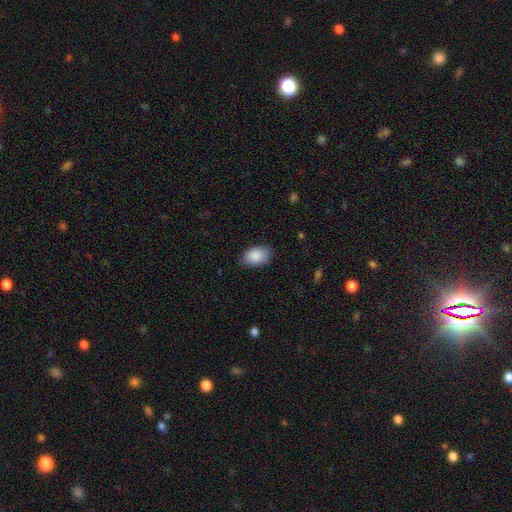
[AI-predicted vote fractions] A smooth galaxy with no disk features (89%) that is in between round and cigar-shaped (86%). Merging: none (82%).